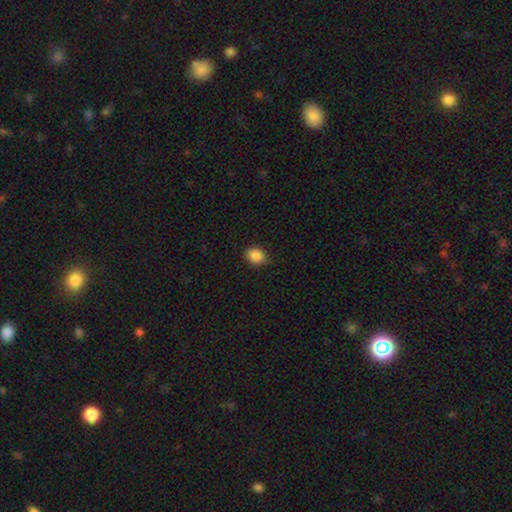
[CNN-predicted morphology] A smooth galaxy with no disk features (87%) that is round (55%). Merging: none (84%).